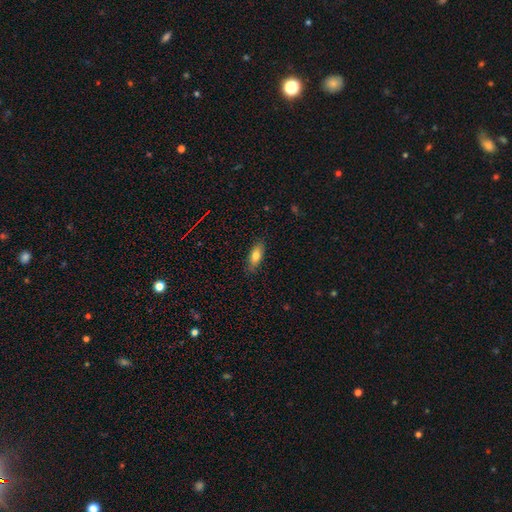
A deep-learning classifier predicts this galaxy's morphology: Smooth or featured? smooth (77%)
How rounded? in between (78%)
Merging? none (85%)